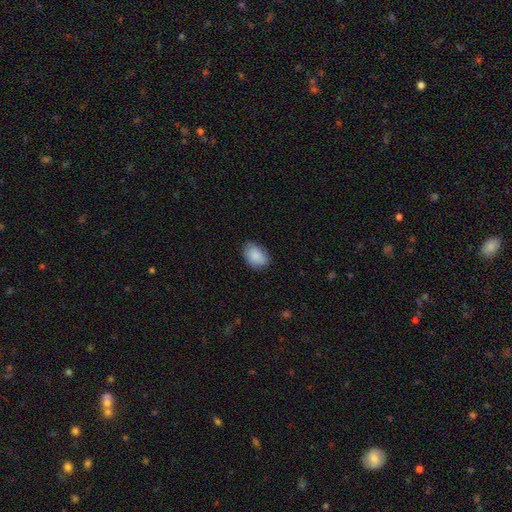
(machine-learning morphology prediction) The model was most divided on "merging": none: 74%, minor disturbance: 21%, major disturbance: 4%, merger: 1%. More confident: smooth or featured — smooth (88%); how rounded — in between (84%).